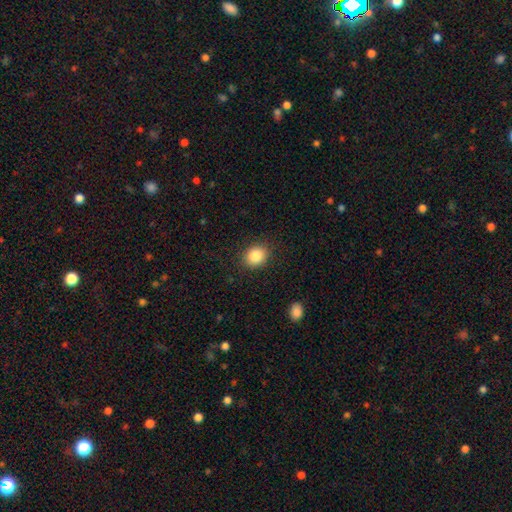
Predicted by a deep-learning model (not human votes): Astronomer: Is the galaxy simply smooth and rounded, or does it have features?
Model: smooth — 86%.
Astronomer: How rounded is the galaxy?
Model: round — 59% (runner-up: in between, 40%).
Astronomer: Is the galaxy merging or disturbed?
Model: none — 87%.